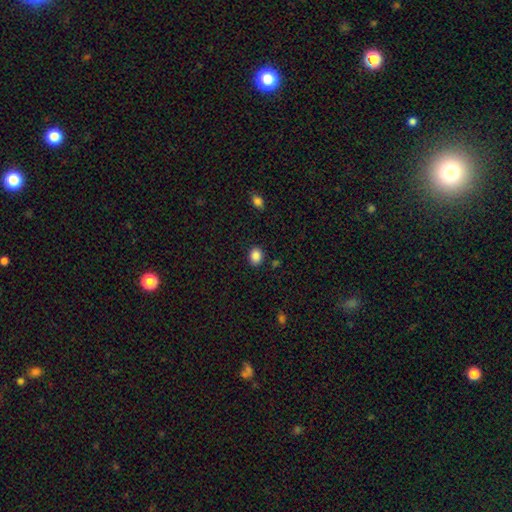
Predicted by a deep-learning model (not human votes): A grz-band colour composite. It shows a smooth galaxy with no disk features (88%) that is in between round and cigar-shaped (50%). Merging: none (87%).